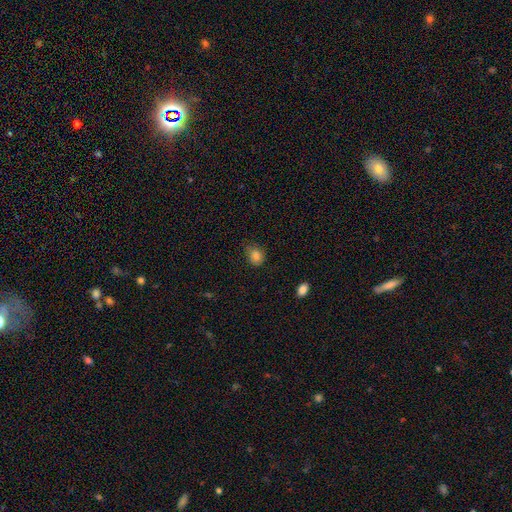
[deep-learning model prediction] The model was most divided on "how rounded": round: 55%, in between: 44%, cigar-shaped: 1%. More confident: smooth or featured — smooth (84%); merging — none (70%).